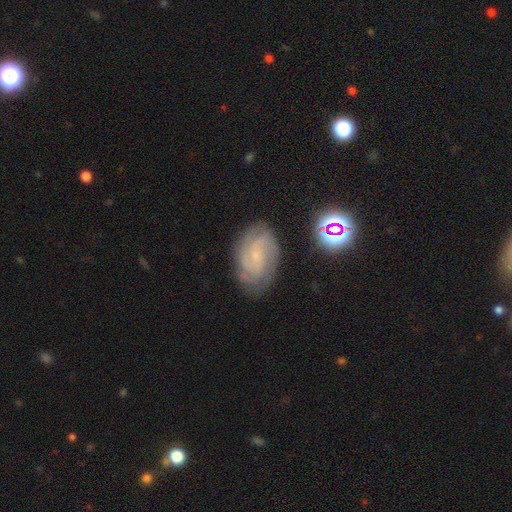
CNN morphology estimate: type=featured or disk (74%); edge-on=no (97%); bar=no (59%); spiral arms=yes (95%); winding=tight (51%); arm count=can't tell (34%); bulge=small (75%); merging=none (76%).